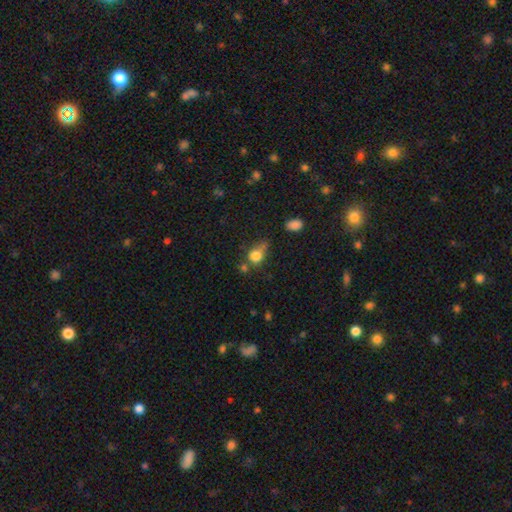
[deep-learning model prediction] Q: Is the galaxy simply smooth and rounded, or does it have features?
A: smooth — 78%.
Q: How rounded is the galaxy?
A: in between — 49%.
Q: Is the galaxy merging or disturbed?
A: none — 31%.